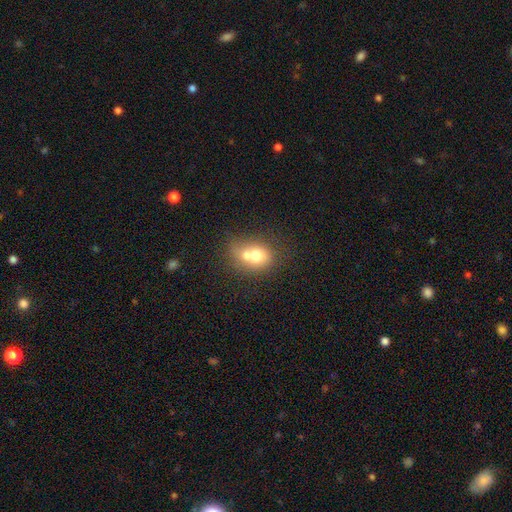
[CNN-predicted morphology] A smooth galaxy with no disk features (68%) that is round (50%).

Vote fractions:
- Smooth or featured? smooth: 68% / featured or disk: 22% / star or artifact: 10%
- How rounded? round: 50% / in between: 49% / cigar-shaped: 1%
- Merging? merger: 62% / none: 25% / minor disturbance: 9% / major disturbance: 4%